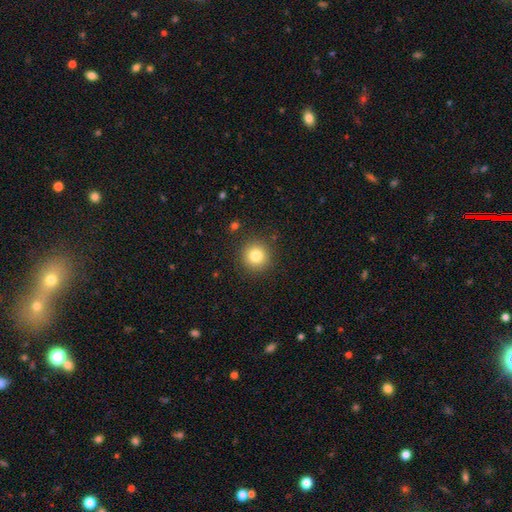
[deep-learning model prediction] Smooth or featured?
  - smooth: 82% *
  - star or artifact: 11%
  - featured or disk: 7%
How rounded?
  - round: 94% *
  - in between: 5%
  - cigar-shaped: 1%
Merging?
  - none: 90% *
  - minor disturbance: 6%
  - major disturbance: 2%
  - merger: 1%